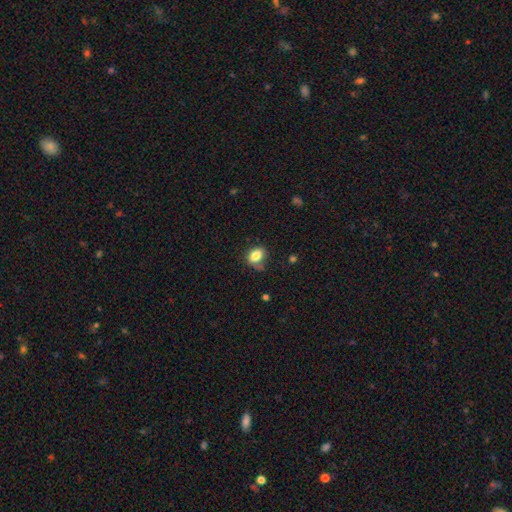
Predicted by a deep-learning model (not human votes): smooth_or_featured: smooth (p=0.81) [alt: star or artifact p=0.10]
how_rounded: in between (p=0.70) [alt: round p=0.28]
merging: none (p=0.55) [alt: minor disturbance p=0.29]